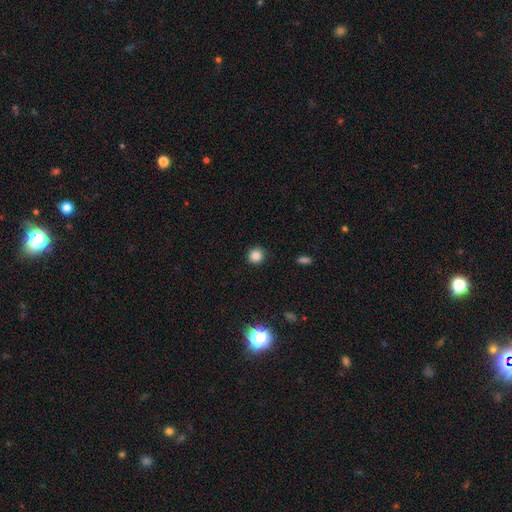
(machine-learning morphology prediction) Overall: smooth (84%). How rounded: round (93%). Merging: none (91%).